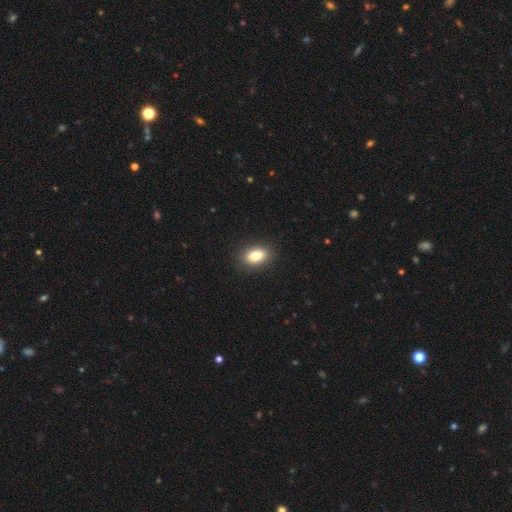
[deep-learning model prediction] smooth_or_featured: smooth (p=0.83) [alt: star or artifact p=0.09]
how_rounded: in between (p=0.86) [alt: round p=0.11]
merging: none (p=0.90) [alt: minor disturbance p=0.07]